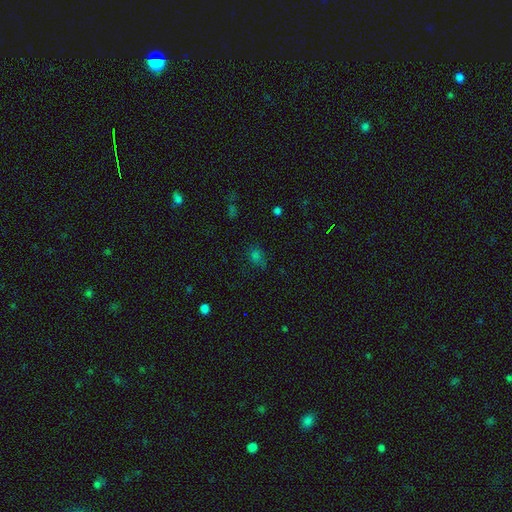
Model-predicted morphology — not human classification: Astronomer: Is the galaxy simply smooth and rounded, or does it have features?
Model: smooth — 54% (runner-up: star or artifact, 38%).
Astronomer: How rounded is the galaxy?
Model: round — 51% (runner-up: in between, 47%).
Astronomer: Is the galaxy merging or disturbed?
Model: none — 67%.